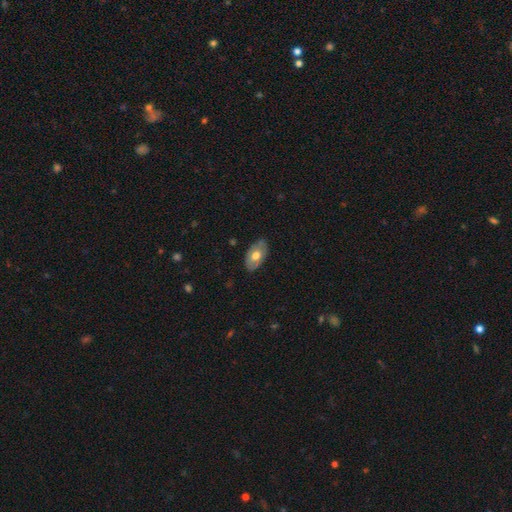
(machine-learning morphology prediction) smooth 57%, featured or disk 37%, star or artifact 6%. Down the decision tree: how rounded — in between (92%); merging — none (79%).